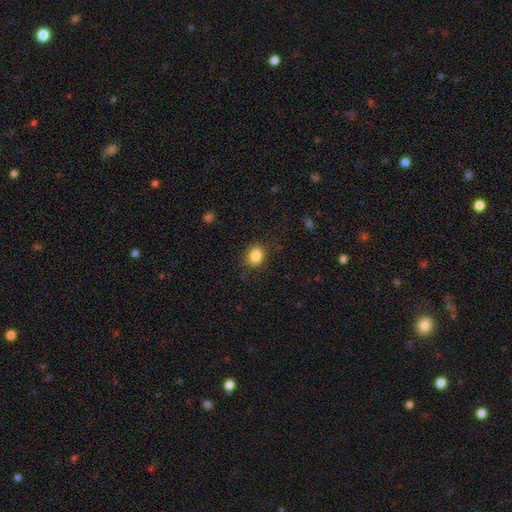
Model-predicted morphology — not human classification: smooth 85%, star or artifact 10%, featured or disk 5%. Down the decision tree: how rounded — round (54%); merging — none (84%).